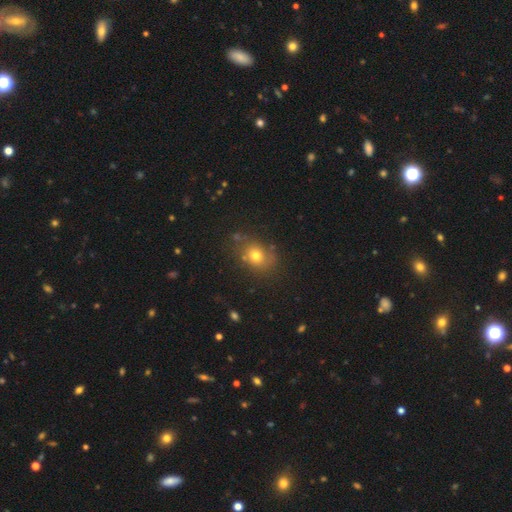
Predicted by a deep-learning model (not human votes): Overall: smooth (72%). How rounded: round (52%; in between 47%). Merging: none (73%).